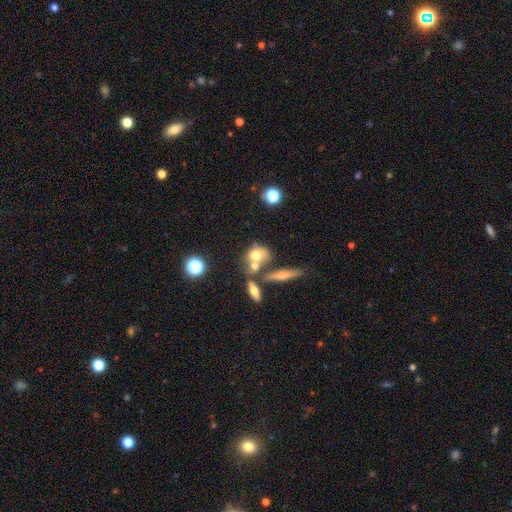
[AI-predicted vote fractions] A smooth galaxy with no disk features (61%) that is in between round and cigar-shaped (48%). Merging: merger (45%).